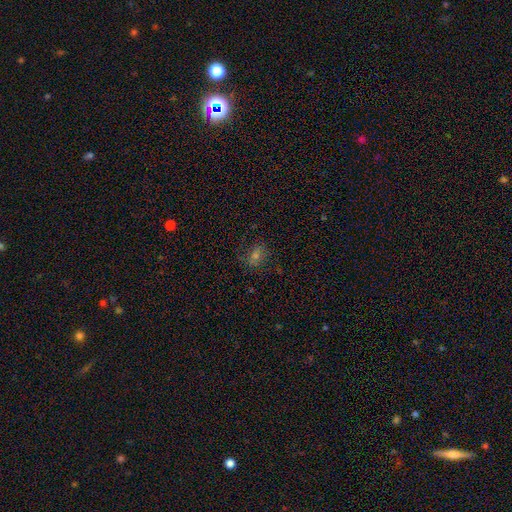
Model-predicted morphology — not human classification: smooth 47%, star or artifact 28%, featured or disk 25%. Down the decision tree: merging — none (73%).